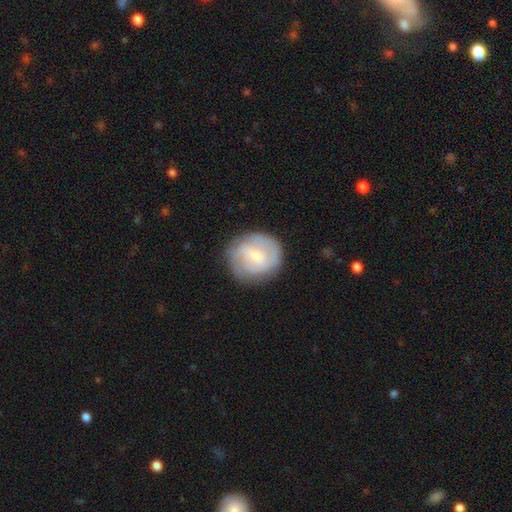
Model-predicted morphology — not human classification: This is likely a featured or disk galaxy (62%). It is clearly not viewed edge-on (97%). Bar: possibly weak (52%). Spiral arm pattern: clearly yes (82%). Central bulge: likely small (63%). Merging: likely none (78%).